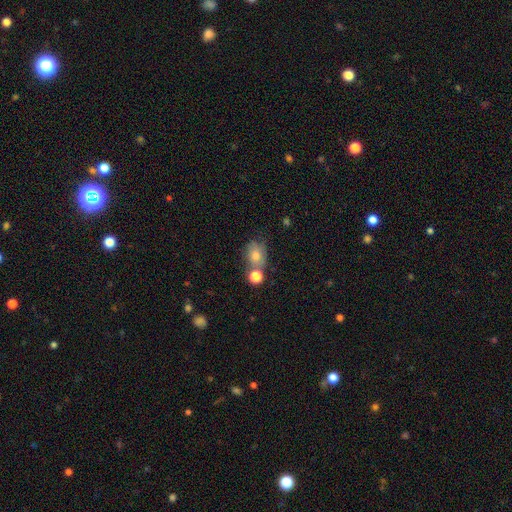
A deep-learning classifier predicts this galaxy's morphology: Smooth or featured: smooth — 71% (featured or disk — 15%)
How rounded: in between — 55% (round — 44%)
Merging: none — 51% (merger — 25%)